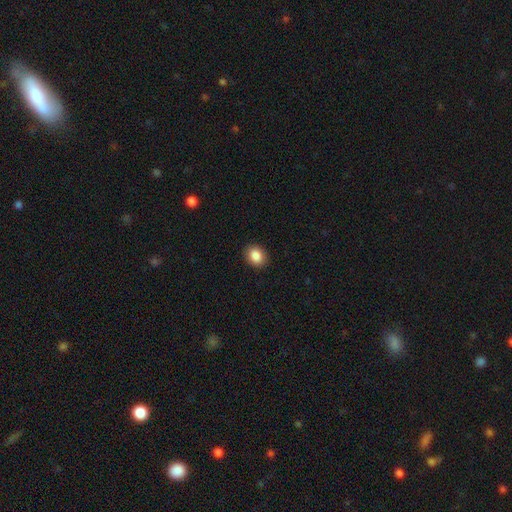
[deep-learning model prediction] Smooth or featured? smooth (87%)
How rounded? round (53%)
Merging? none (90%)